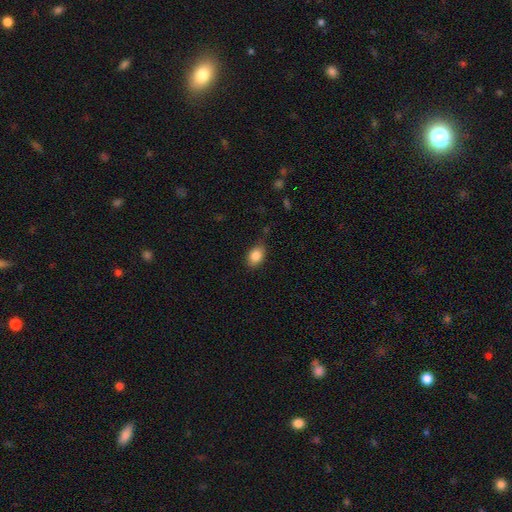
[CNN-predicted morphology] Overall: smooth (86%). How rounded: in between (81%). Merging: none (77%).